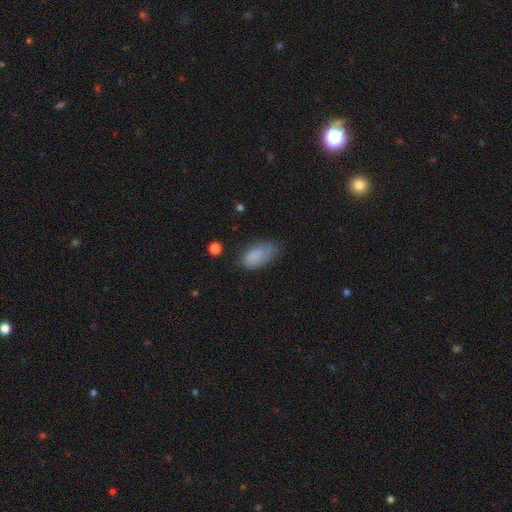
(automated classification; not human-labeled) Smooth or featured?
  - smooth: 82% *
  - featured or disk: 10%
  - star or artifact: 8%
How rounded?
  - in between: 93% *
  - cigar-shaped: 4%
  - round: 3%
Merging?
  - none: 51% *
  - minor disturbance: 34%
  - major disturbance: 12%
  - merger: 3%